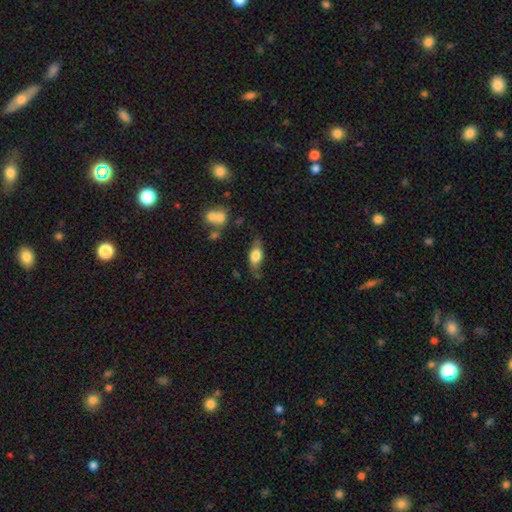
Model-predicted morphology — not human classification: This appears to be a smooth galaxy with no disk features (67%) that is in between round and cigar-shaped (81%). Merging: none (66%).